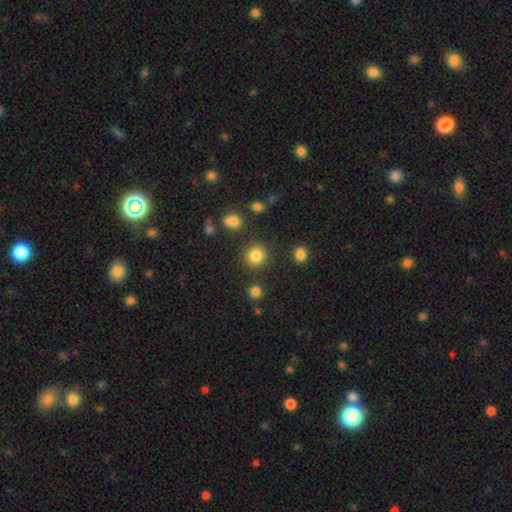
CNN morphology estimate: smooth-or-featured: smooth: 83% | star or artifact: 12% | featured or disk: 5%
  how-rounded: round: 90% | in between: 9% | cigar-shaped: 1%
  merging: none: 86% | minor disturbance: 7% | merger: 4% | major disturbance: 3%